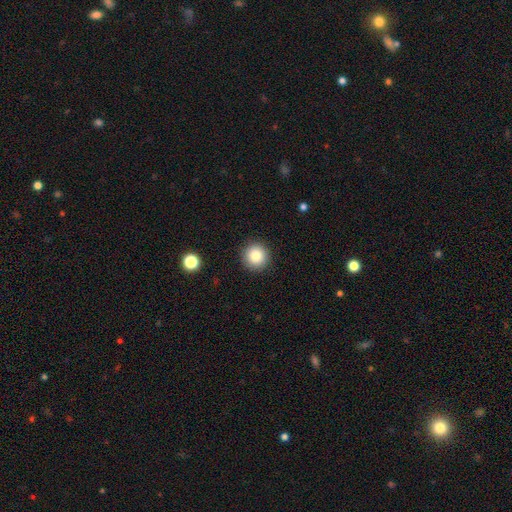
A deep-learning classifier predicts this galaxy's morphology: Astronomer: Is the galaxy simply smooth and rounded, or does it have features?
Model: smooth — 83%.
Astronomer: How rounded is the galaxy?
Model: round — 95%.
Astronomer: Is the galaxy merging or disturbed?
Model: none — 92%.